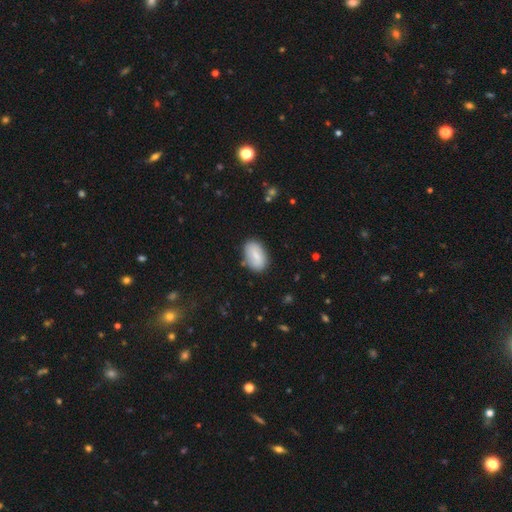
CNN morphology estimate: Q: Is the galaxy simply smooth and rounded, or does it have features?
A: smooth — 75%.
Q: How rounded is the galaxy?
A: in between — 91%.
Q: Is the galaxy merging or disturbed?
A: none — 80%.